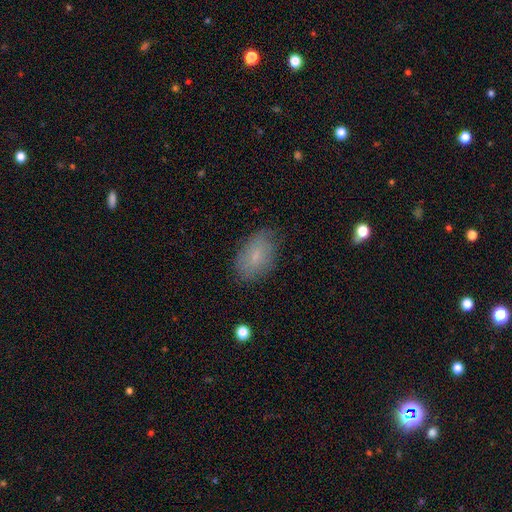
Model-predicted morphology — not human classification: The model was most divided on "smooth or featured": smooth: 72%, featured or disk: 19%, star or artifact: 9%. More confident: how rounded — in between (88%); merging — none (74%).